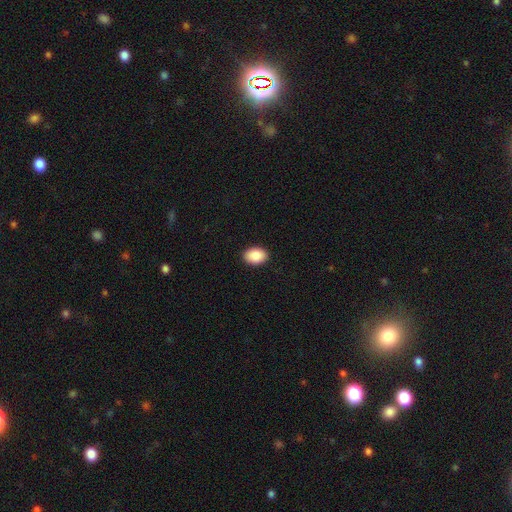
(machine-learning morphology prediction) The model was most divided on "how rounded": in between: 80%, round: 19%, cigar-shaped: 1%. More confident: merging — none (91%); smooth or featured — smooth (89%).